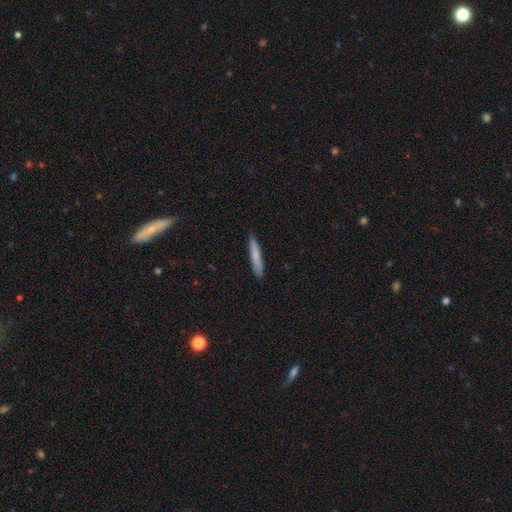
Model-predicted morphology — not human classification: Smooth or featured?
  - smooth: 75% *
  - featured or disk: 19%
  - star or artifact: 6%
How rounded?
  - cigar-shaped: 93% *
  - in between: 5%
  - round: 1%
Merging?
  - none: 89% *
  - minor disturbance: 8%
  - major disturbance: 1%
  - merger: 1%